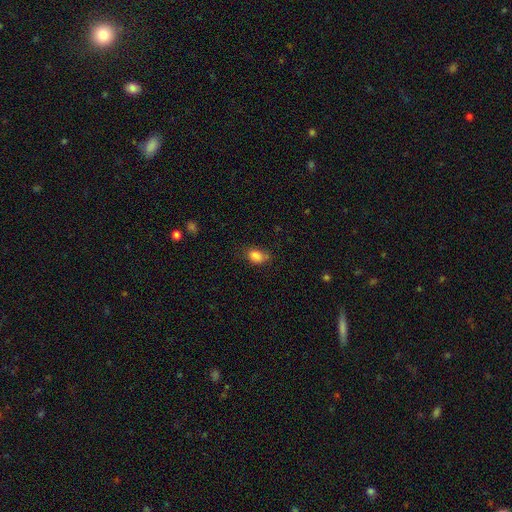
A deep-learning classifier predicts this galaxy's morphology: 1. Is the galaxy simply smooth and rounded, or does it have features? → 85% smooth, 10% star or artifact, 5% featured or disk.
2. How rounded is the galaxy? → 78% in between, 20% round, 2% cigar-shaped.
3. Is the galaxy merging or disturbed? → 66% none, 24% minor disturbance, 7% major disturbance, 3% merger.